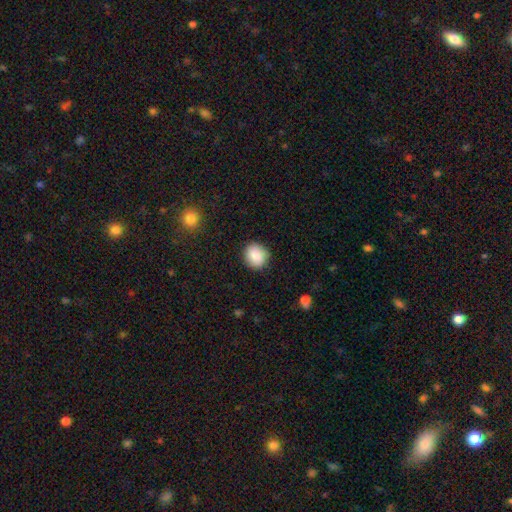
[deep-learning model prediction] A smooth galaxy with no disk features (86%) that is round (79%). Merging: none (85%).